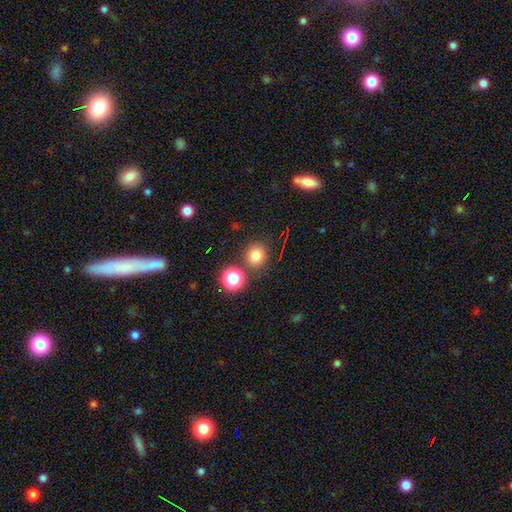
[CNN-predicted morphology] smooth-or-featured: smooth: 76% | star or artifact: 17% | featured or disk: 7%
  how-rounded: round: 90% | in between: 9% | cigar-shaped: 1%
  merging: none: 81% | minor disturbance: 8% | merger: 8% | major disturbance: 3%